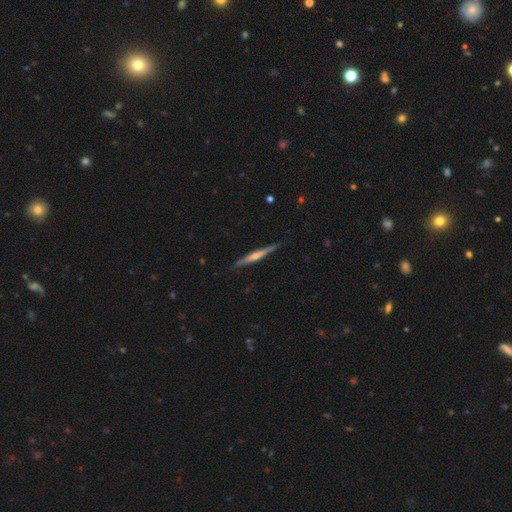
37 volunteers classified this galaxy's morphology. Overall: featured or disk (78%). Edge-on disk: yes (100%). Edge-on bulge: rounded (79%). Merging: none (97%).